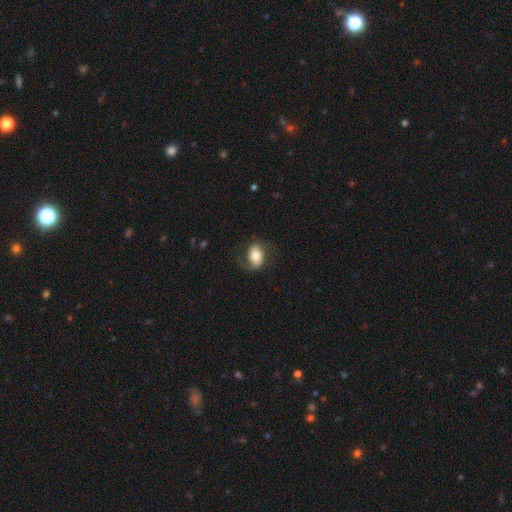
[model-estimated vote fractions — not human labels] smooth 48%, featured or disk 44%, star or artifact 8%. Down the decision tree: merging — none (55%).